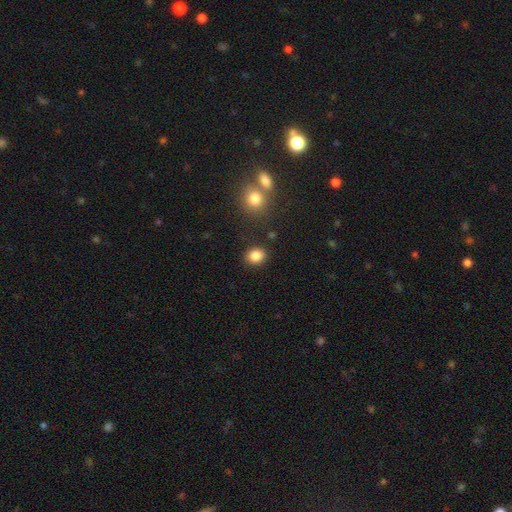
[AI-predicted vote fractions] Smooth or featured: smooth — 85% (star or artifact — 10%)
How rounded: round — 60% (in between — 39%)
Merging: none — 85% (minor disturbance — 8%)